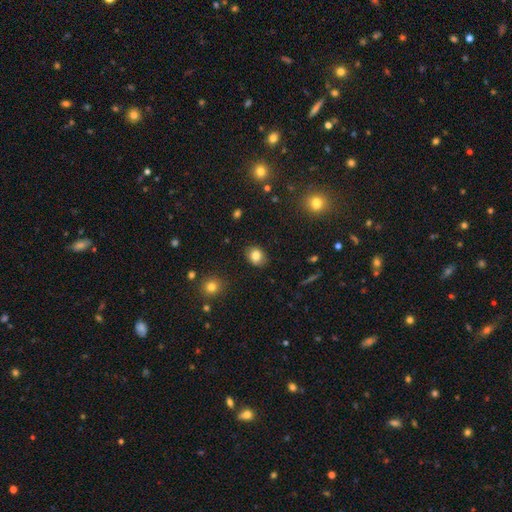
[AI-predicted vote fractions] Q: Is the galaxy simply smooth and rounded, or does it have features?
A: smooth — 81%.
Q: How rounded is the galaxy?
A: round — 53%.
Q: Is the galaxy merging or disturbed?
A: none — 86%.